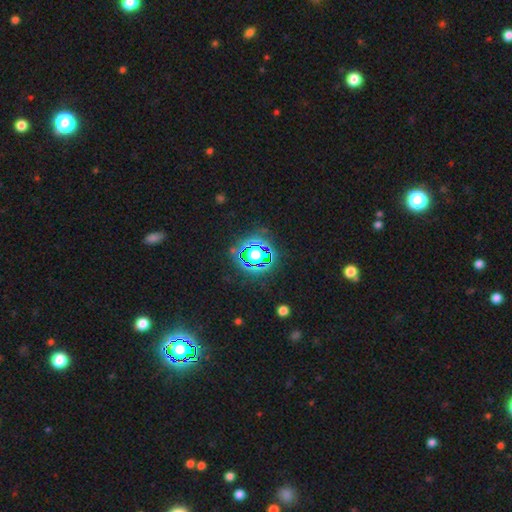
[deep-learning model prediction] A star or artifact, not a galaxy (65%).

Vote fractions:
- Smooth or featured? star or artifact: 65% / smooth: 23% / featured or disk: 12%